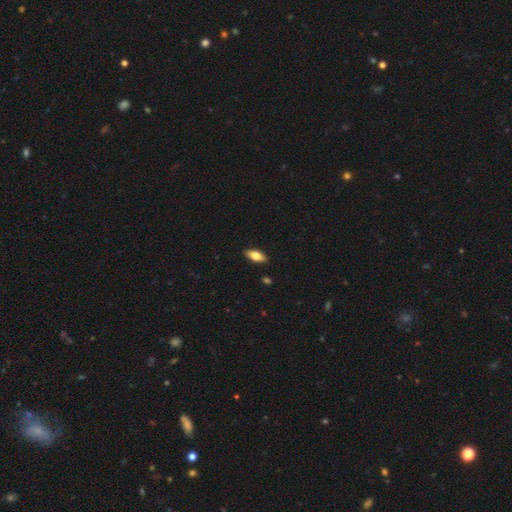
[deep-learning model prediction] Smooth or featured: smooth — 73% (featured or disk — 21%)
How rounded: in between — 83% (cigar-shaped — 15%)
Merging: none — 89% (minor disturbance — 8%)